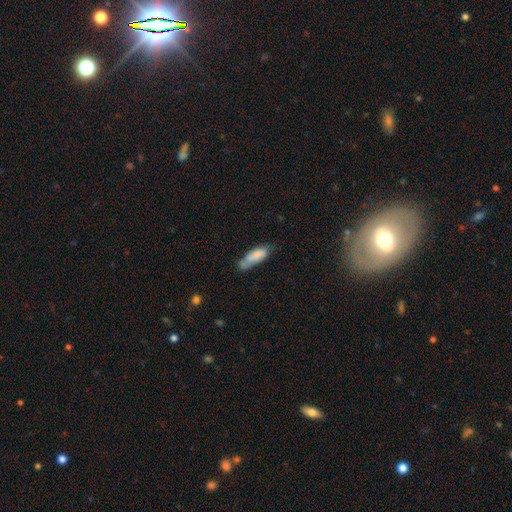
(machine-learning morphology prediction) A smooth galaxy with no disk features (78%) that is in between round and cigar-shaped (59%). Merging: none (53%).